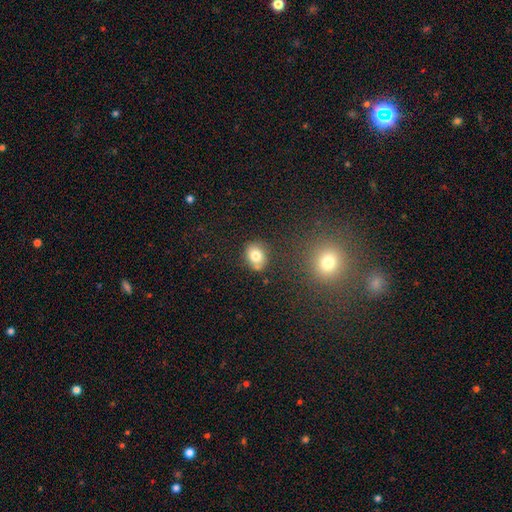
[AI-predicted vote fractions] Smooth or featured?
  - smooth: 78% *
  - featured or disk: 11%
  - star or artifact: 11%
How rounded?
  - round: 54% *
  - in between: 45%
  - cigar-shaped: 1%
Merging?
  - none: 71% *
  - minor disturbance: 15%
  - merger: 10%
  - major disturbance: 4%